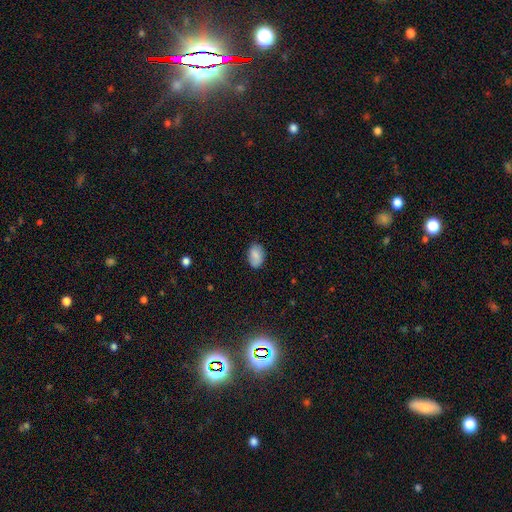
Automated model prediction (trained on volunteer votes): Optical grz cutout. It shows a smooth galaxy with no disk features (85%) that is in between round and cigar-shaped (88%). Merging: none (80%).